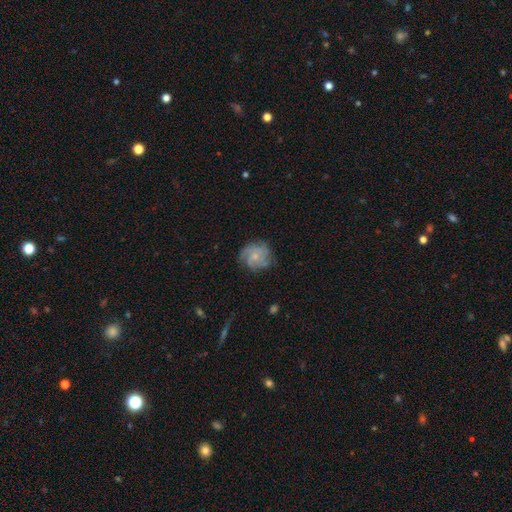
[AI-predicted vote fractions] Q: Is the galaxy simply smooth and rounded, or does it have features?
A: featured or disk — 70%.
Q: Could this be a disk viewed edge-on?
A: no — 98%.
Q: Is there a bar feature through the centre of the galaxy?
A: no — 77%.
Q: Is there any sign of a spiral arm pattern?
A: yes — 92%.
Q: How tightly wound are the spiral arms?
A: tight — 52%.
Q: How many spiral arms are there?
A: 3 — 33%.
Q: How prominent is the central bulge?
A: small — 61%.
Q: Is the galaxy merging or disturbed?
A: none — 73%.